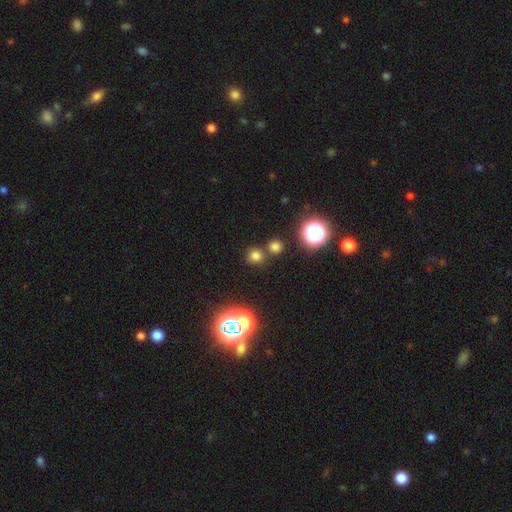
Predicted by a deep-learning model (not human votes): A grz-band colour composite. It shows a smooth galaxy with no disk features (70%) that is round (89%). Merging: none (73%).